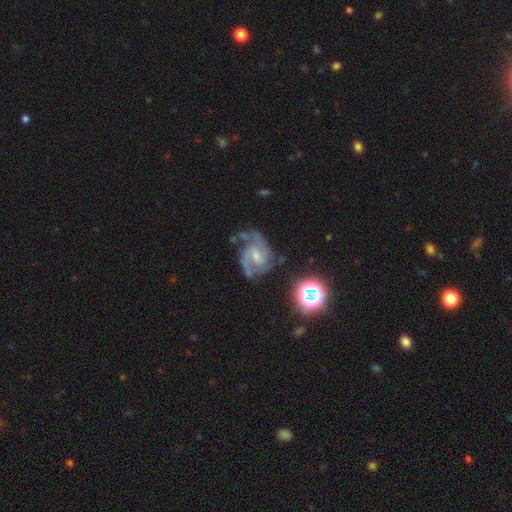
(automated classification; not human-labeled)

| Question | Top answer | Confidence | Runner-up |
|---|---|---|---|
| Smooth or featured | featured or disk | 85% | smooth (8%) |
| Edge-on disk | no | 98% | yes (2%) |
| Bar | weak | 56% | no (30%) |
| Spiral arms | yes | 97% | no (3%) |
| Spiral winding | medium | 54% | tight (31%) |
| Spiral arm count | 2 | 74% | 3 (11%) |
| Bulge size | small | 55% | moderate (33%) |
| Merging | none | 58% | minor disturbance (23%) |